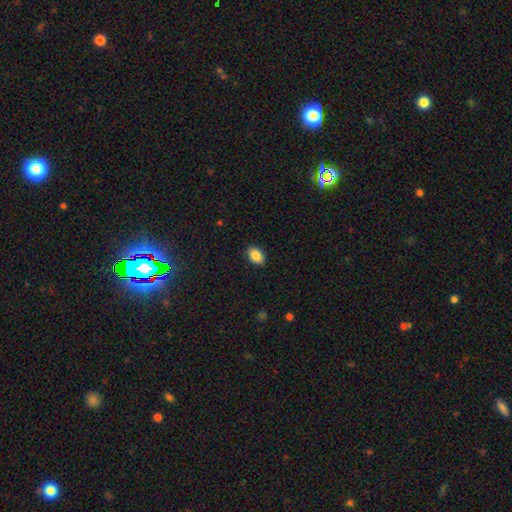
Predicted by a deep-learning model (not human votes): Smooth or featured? smooth (88%)
How rounded? in between (83%)
Merging? none (89%)